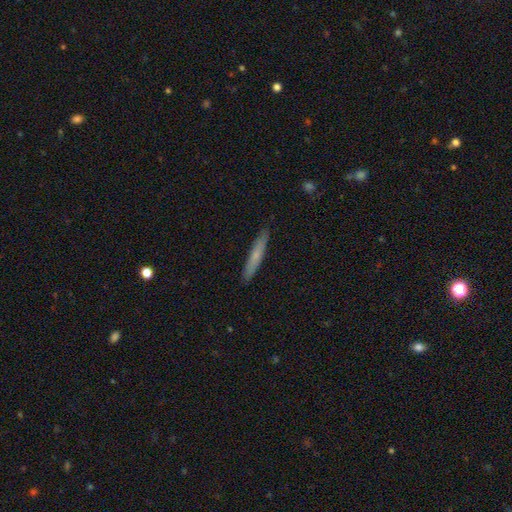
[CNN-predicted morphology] A smooth galaxy with no disk features (64%) that is cigar-shaped (94%). Merging: none (90%).